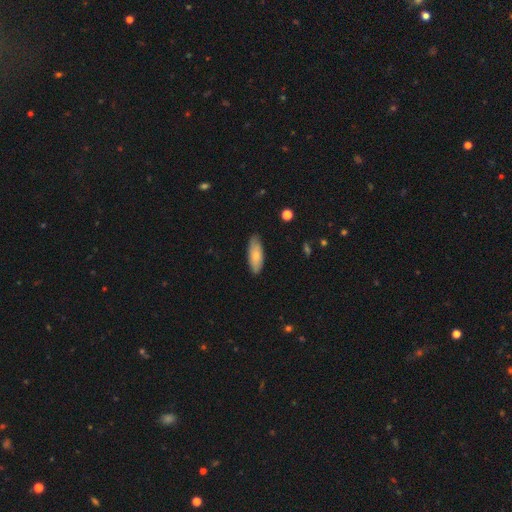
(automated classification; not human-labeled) Smooth or featured? smooth (73%)
How rounded? in between (72%)
Merging? none (80%)